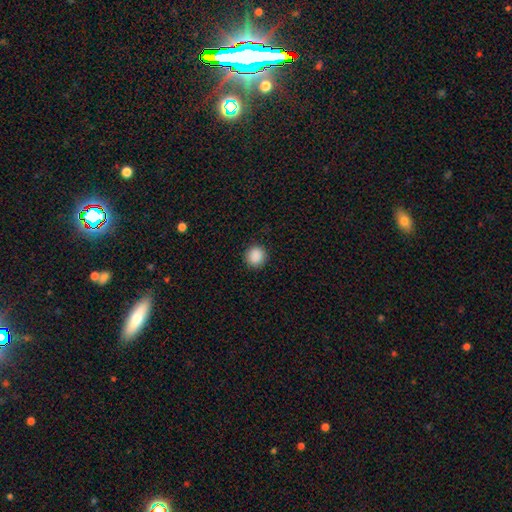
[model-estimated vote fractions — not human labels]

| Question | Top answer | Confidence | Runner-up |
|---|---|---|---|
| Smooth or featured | smooth | 89% | star or artifact (9%) |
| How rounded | round | 92% | in between (7%) |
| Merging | none | 91% | minor disturbance (6%) |